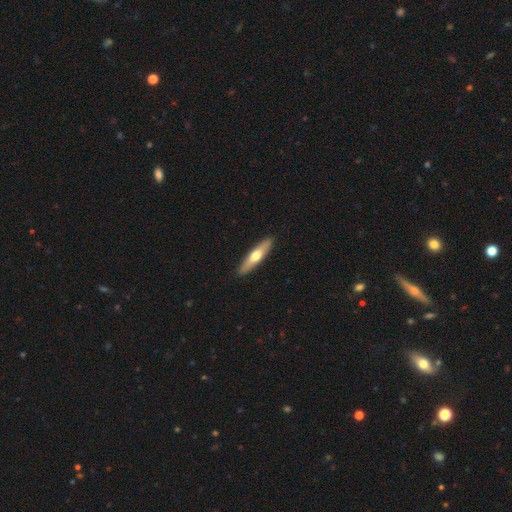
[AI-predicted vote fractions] Overall: smooth (53%; featured or disk 42%). How rounded: cigar-shaped (82%). Merging: none (90%).